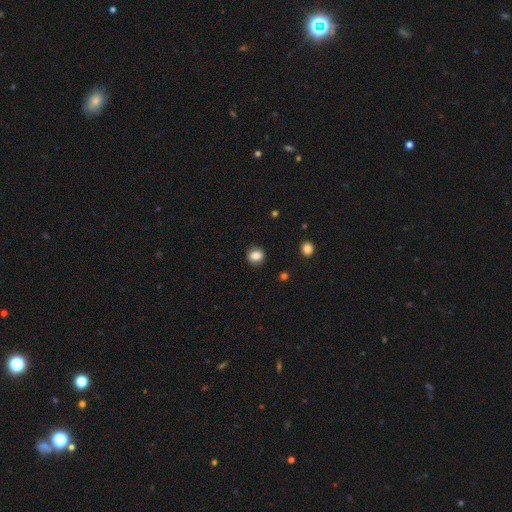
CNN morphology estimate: Smooth or featured: smooth — 86% (star or artifact — 10%)
How rounded: round — 64% (in between — 35%)
Merging: none — 87% (minor disturbance — 9%)